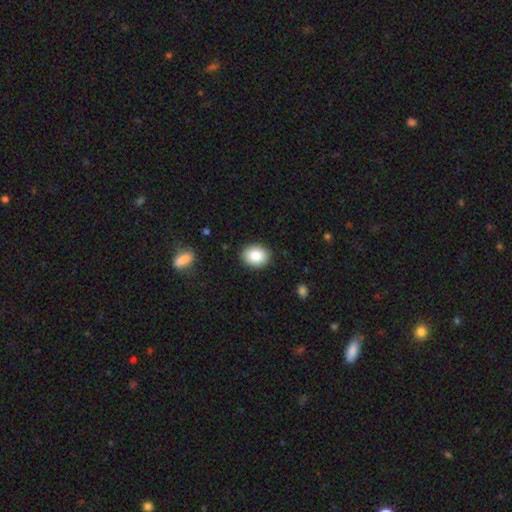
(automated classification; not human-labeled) Smooth or featured?
  - smooth: 85% *
  - star or artifact: 8%
  - featured or disk: 7%
How rounded?
  - in between: 54% *
  - round: 46%
  - cigar-shaped: 1%
Merging?
  - none: 89% *
  - minor disturbance: 8%
  - major disturbance: 2%
  - merger: 1%